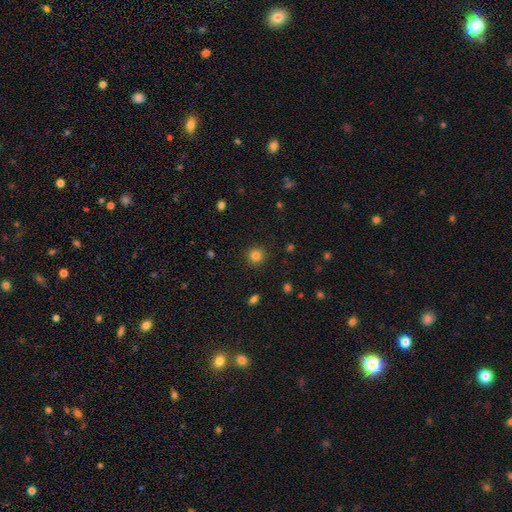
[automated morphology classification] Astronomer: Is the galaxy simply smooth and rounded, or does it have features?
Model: smooth — 83%.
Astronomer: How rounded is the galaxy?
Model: round — 94%.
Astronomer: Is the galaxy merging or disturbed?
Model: none — 91%.